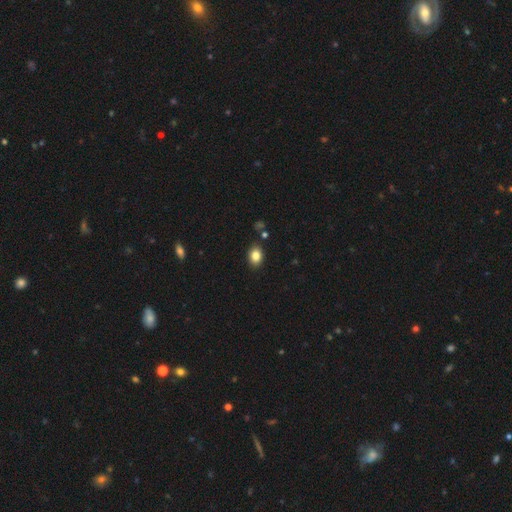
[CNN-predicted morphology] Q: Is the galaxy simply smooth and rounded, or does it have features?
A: smooth — 84%.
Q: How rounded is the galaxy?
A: in between — 70%.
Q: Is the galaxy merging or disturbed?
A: none — 85%.